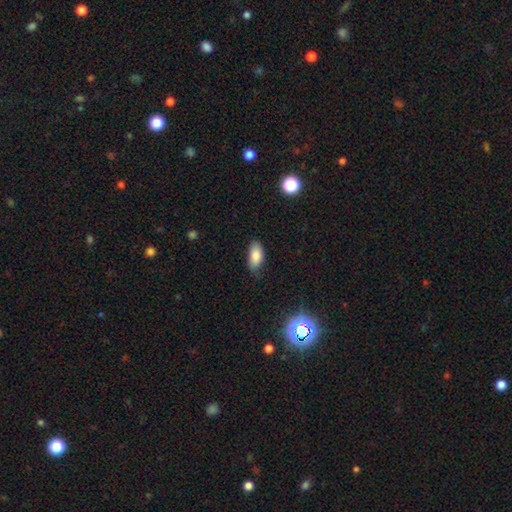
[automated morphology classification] smooth 85%, star or artifact 8%, featured or disk 6%. Down the decision tree: how rounded — in between (92%); merging — none (72%).